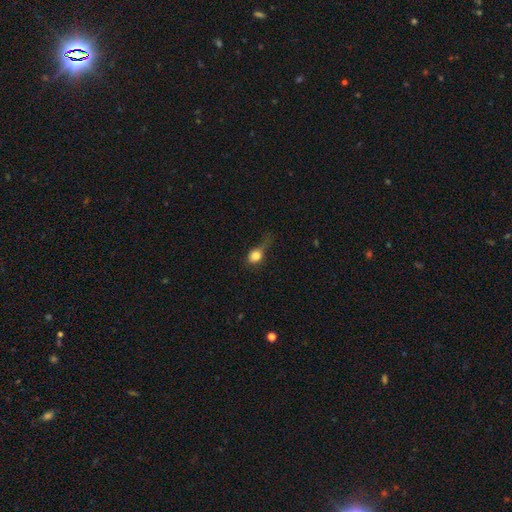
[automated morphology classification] A smooth galaxy with no disk features (79%) that is round (56%).

Vote fractions:
- Smooth or featured? smooth: 79% / featured or disk: 11% / star or artifact: 10%
- How rounded? round: 56% / in between: 41% / cigar-shaped: 3%
- Merging? major disturbance: 36% / minor disturbance: 31% / none: 29% / merger: 4%